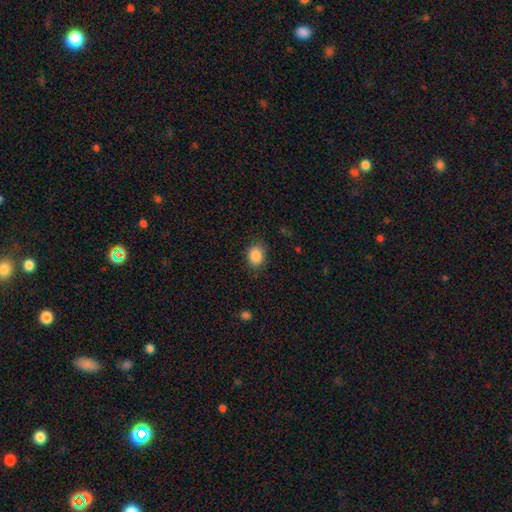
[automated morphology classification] This is clearly a smooth galaxy (87%). How rounded: likely in between (60%). Merging: clearly none (82%).